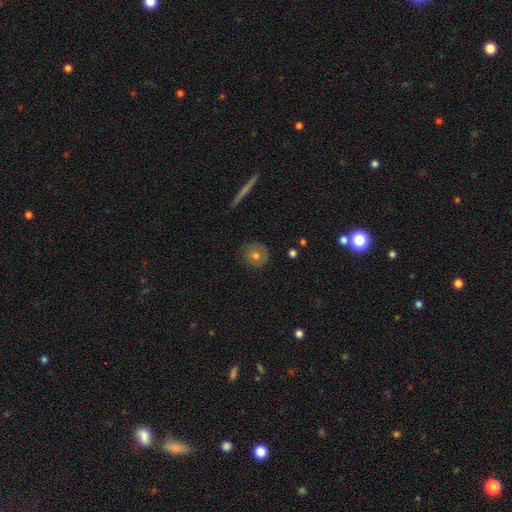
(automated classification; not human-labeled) Q: Smooth or featured?
A: smooth (61%); runner-up: featured or disk (29%)
Q: How rounded?
A: round (90%); runner-up: in between (9%)
Q: Merging?
A: none (82%); runner-up: minor disturbance (14%)